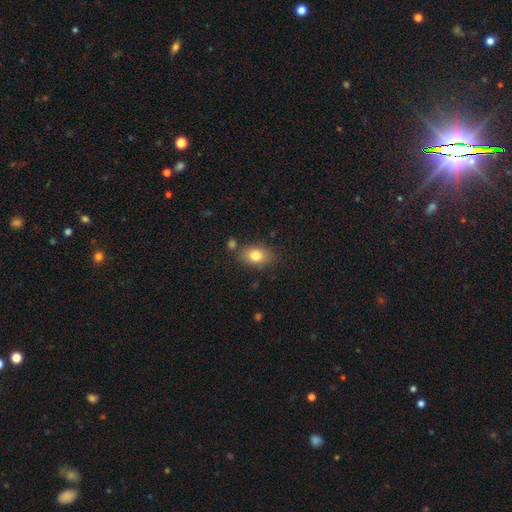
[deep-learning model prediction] A smooth galaxy with no disk features (81%) that is in between round and cigar-shaped (76%).

Vote fractions:
- Smooth or featured? smooth: 81% / featured or disk: 10% / star or artifact: 9%
- How rounded? in between: 76% / round: 22% / cigar-shaped: 1%
- Merging? none: 78% / minor disturbance: 13% / merger: 6% / major disturbance: 3%